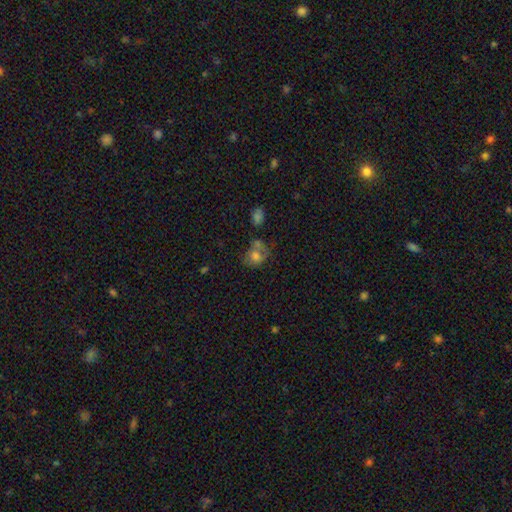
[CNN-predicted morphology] smooth-or-featured: smooth: 65% | featured or disk: 23% | star or artifact: 12%
  how-rounded: round: 54% | in between: 45% | cigar-shaped: 1%
  merging: none: 40% | merger: 25% | minor disturbance: 22% | major disturbance: 13%